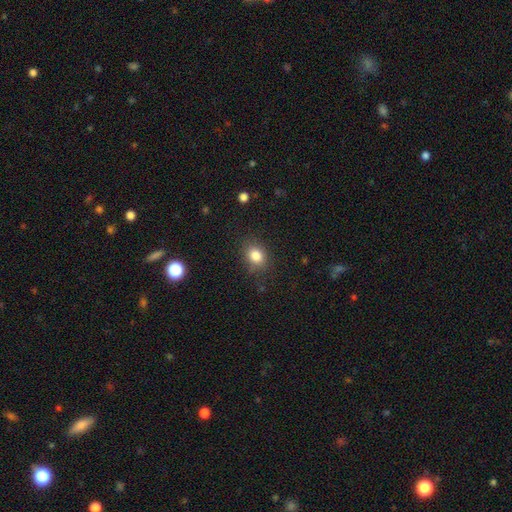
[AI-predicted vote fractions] Smooth or featured? smooth (83%)
How rounded? in between (52%)
Merging? none (80%)